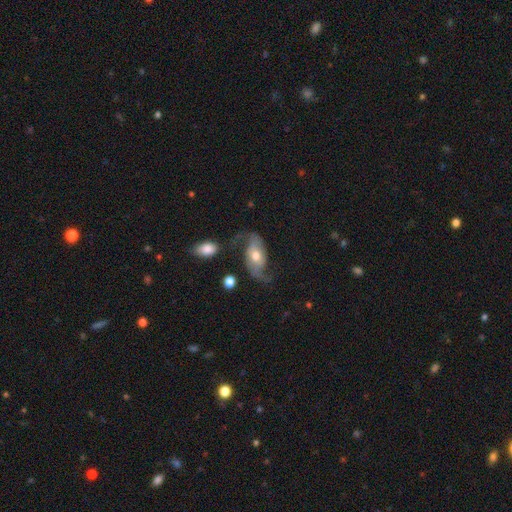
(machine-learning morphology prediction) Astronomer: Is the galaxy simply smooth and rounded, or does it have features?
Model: featured or disk — 78%.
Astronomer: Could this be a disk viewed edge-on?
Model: no — 94%.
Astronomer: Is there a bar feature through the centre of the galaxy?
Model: no — 54% (runner-up: weak, 32%).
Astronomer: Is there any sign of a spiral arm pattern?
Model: yes — 92%.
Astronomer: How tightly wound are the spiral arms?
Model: loose — 77%.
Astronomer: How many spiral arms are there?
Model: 2 — 91%.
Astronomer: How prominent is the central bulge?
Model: moderate — 69%.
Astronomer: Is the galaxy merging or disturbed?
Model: none — 56%.